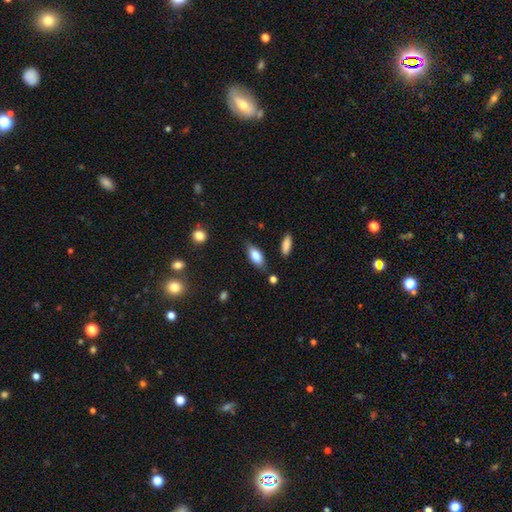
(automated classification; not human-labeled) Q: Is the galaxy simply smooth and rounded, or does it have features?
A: smooth — 78%.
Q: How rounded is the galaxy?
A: in between — 81%.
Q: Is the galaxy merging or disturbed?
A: none — 77%.